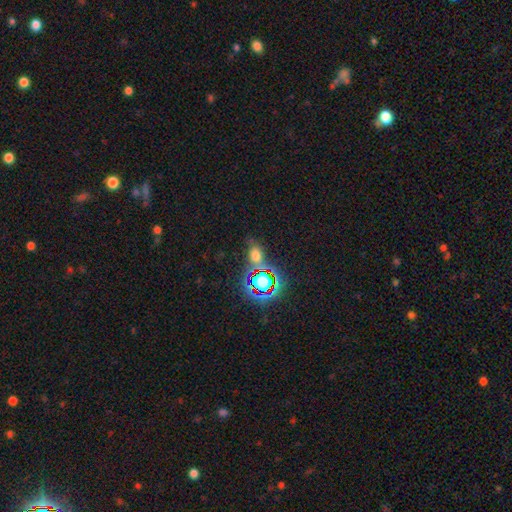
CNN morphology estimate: Smooth or featured? smooth (52%)
How rounded? in between (60%)
Merging? none (66%)